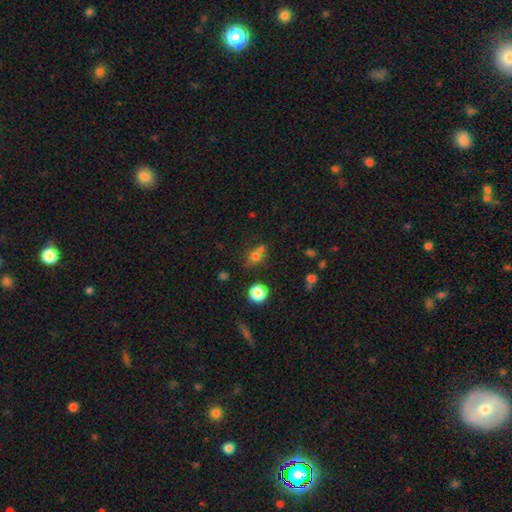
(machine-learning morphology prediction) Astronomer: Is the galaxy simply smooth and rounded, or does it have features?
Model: smooth — 70%.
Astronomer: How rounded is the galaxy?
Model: round — 72%.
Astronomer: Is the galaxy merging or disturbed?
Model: none — 47% (runner-up: merger, 36%).